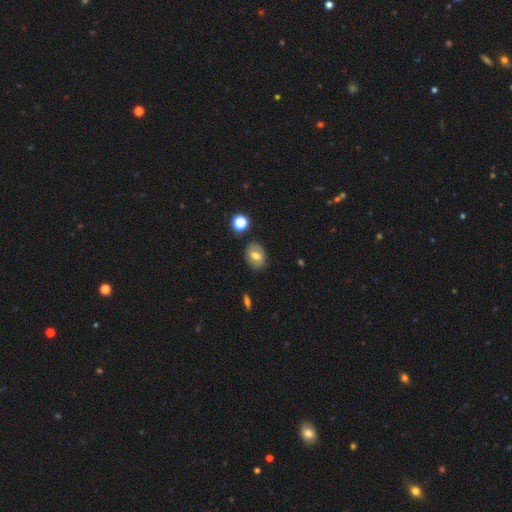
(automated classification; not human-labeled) Q: Smooth or featured?
A: smooth (60%); runner-up: featured or disk (30%)
Q: How rounded?
A: in between (59%); runner-up: round (40%)
Q: Merging?
A: none (83%); runner-up: minor disturbance (12%)